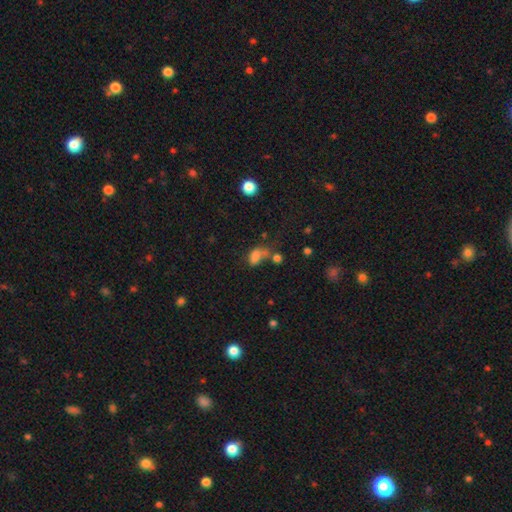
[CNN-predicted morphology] A smooth galaxy with no disk features (72%) that is in between round and cigar-shaped (81%).

Vote fractions:
- Smooth or featured? smooth: 72% / star or artifact: 16% / featured or disk: 12%
- How rounded? in between: 81% / round: 16% / cigar-shaped: 3%
- Merging? merger: 33% / none: 27% / major disturbance: 21% / minor disturbance: 19%